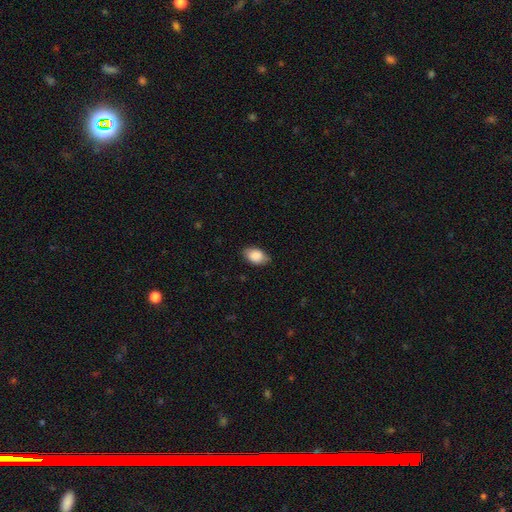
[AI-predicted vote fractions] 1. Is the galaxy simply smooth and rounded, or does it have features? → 87% smooth, 7% star or artifact, 6% featured or disk.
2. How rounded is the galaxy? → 88% in between, 11% round, 1% cigar-shaped.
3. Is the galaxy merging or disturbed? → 78% none, 18% minor disturbance, 3% major disturbance, 1% merger.